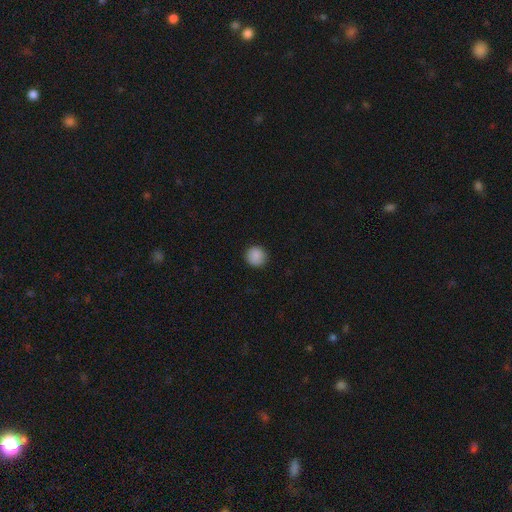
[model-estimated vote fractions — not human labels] smooth 88%, star or artifact 9%, featured or disk 3%. Down the decision tree: how rounded — round (92%); merging — none (90%).